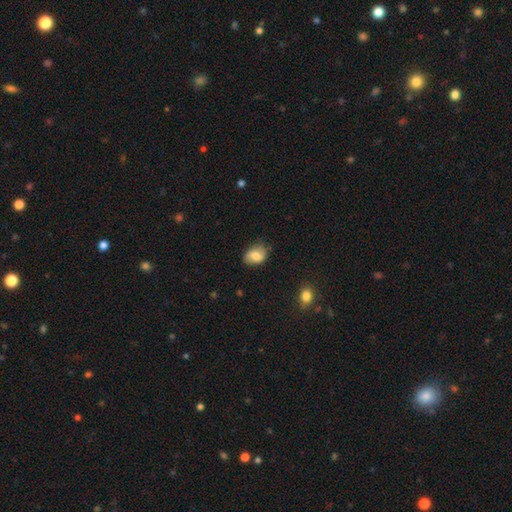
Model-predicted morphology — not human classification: Q: Smooth or featured?
A: smooth (66%); runner-up: featured or disk (26%)
Q: How rounded?
A: in between (71%); runner-up: round (27%)
Q: Merging?
A: none (66%); runner-up: minor disturbance (26%)